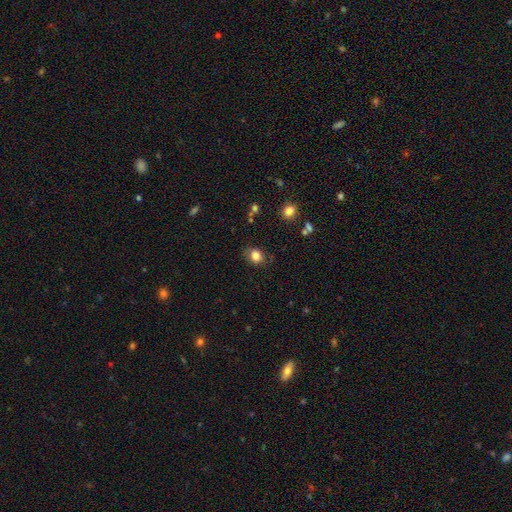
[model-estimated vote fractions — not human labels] A smooth galaxy with no disk features (82%) that is round (52%).

Vote fractions:
- Smooth or featured? smooth: 82% / star or artifact: 10% / featured or disk: 7%
- How rounded? round: 52% / in between: 47% / cigar-shaped: 1%
- Merging? none: 78% / minor disturbance: 16% / major disturbance: 4% / merger: 2%